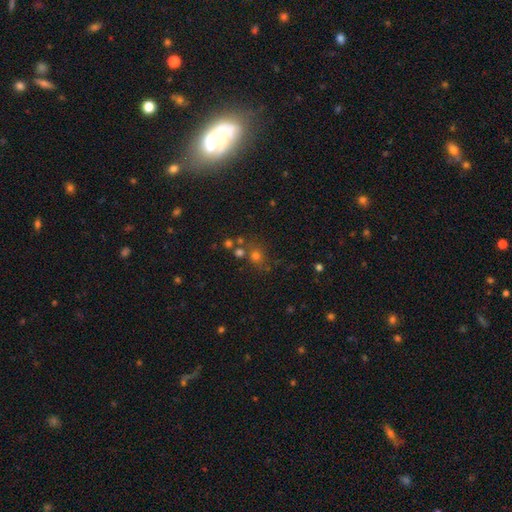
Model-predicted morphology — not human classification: Smooth or featured? Predicted: smooth (p=0.56). How rounded? Predicted: round (p=0.82). Merging? Predicted: none (p=0.68).